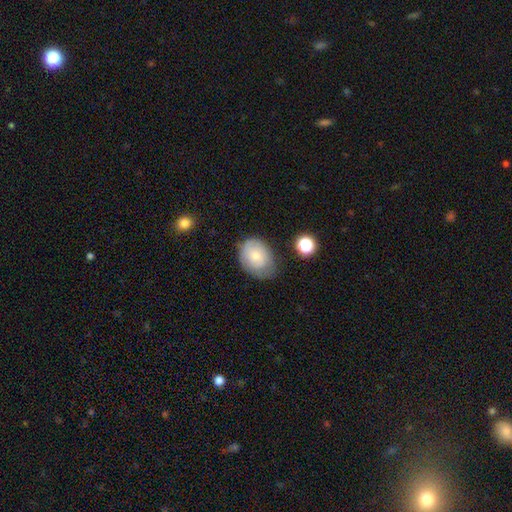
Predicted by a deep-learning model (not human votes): This appears to be a smooth galaxy with no disk features (68%) that is in between round and cigar-shaped (65%). Merging: none (59%).